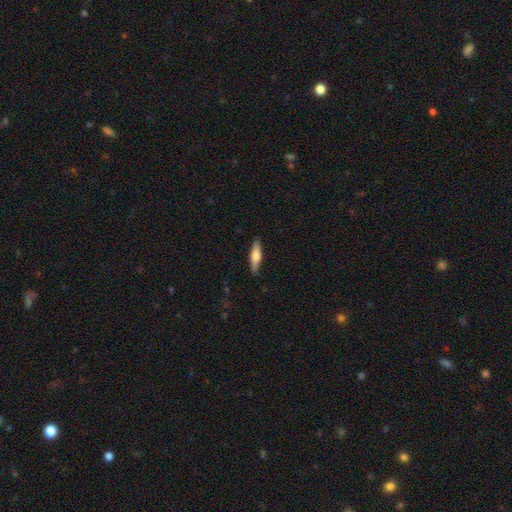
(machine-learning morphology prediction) type=smooth (64%); roundness=cigar-shaped (70%); merging=none (86%).